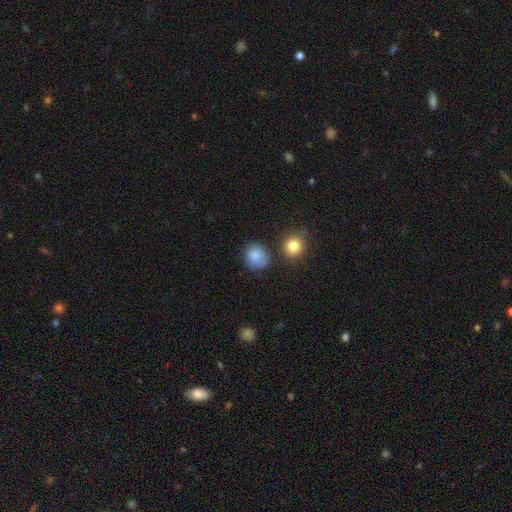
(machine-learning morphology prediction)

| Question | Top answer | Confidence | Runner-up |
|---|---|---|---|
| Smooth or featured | smooth | 85% | star or artifact (9%) |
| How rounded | round | 81% | in between (18%) |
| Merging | none | 67% | minor disturbance (20%) |